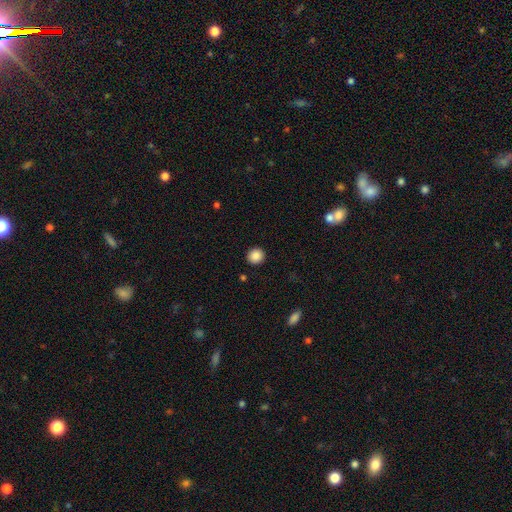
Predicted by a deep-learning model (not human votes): smooth-or-featured: smooth: 87% | star or artifact: 9% | featured or disk: 4%
  how-rounded: round: 91% | in between: 8% | cigar-shaped: 1%
  merging: none: 92% | minor disturbance: 5% | major disturbance: 2% | merger: 1%